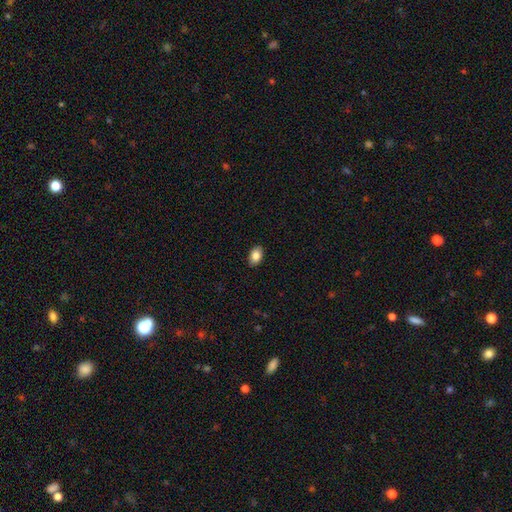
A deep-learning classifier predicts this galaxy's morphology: Smooth or featured?
  - smooth: 85% *
  - star or artifact: 8%
  - featured or disk: 8%
How rounded?
  - in between: 87% *
  - round: 12%
  - cigar-shaped: 1%
Merging?
  - none: 89% *
  - minor disturbance: 8%
  - major disturbance: 2%
  - merger: 1%